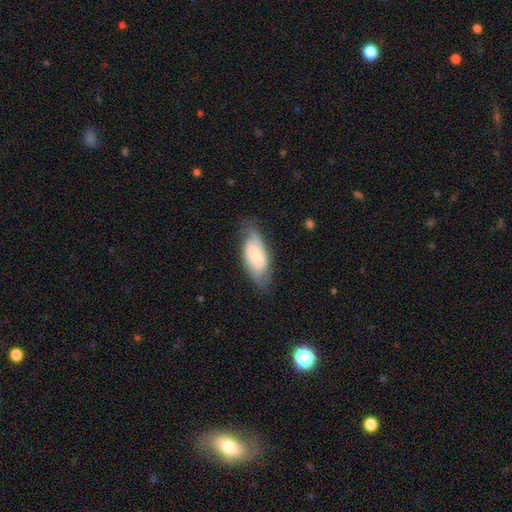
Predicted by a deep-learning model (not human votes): smooth 49%, featured or disk 45%, star or artifact 7%. Down the decision tree: merging — none (62%).